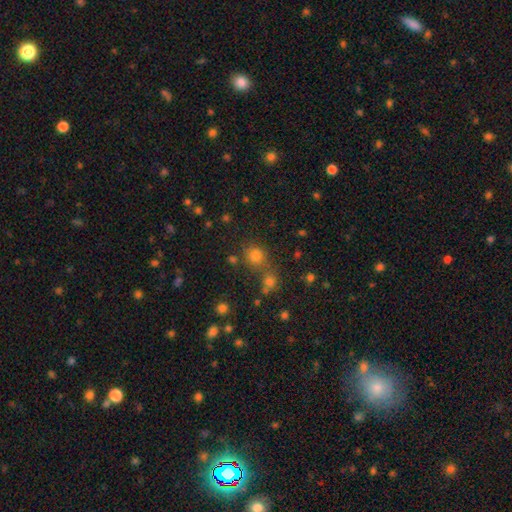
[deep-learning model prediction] This is likely a smooth galaxy (69%). How rounded: clearly round (85%). Merging: likely none (66%).